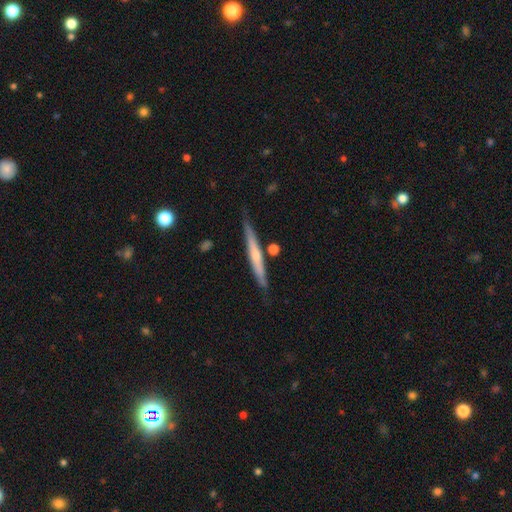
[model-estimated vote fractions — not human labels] smooth_or_featured: featured or disk (p=0.52) [alt: smooth p=0.42]
disk_edge_on: yes (p=0.95) [alt: no p=0.05]
merging: none (p=0.80) [alt: minor disturbance p=0.13]